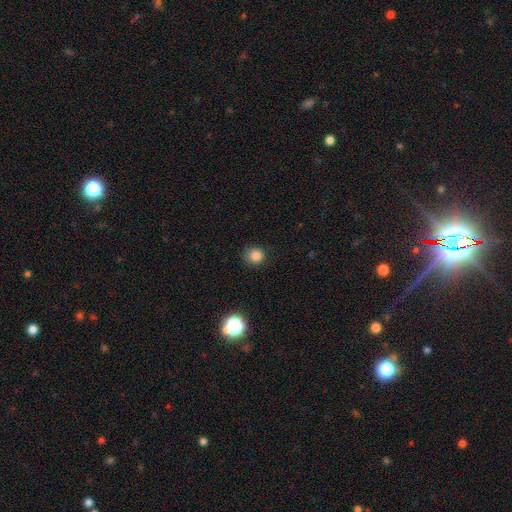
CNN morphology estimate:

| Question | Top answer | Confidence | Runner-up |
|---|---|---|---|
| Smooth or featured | smooth | 82% | star or artifact (13%) |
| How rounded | round | 90% | in between (9%) |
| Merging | none | 84% | minor disturbance (12%) |